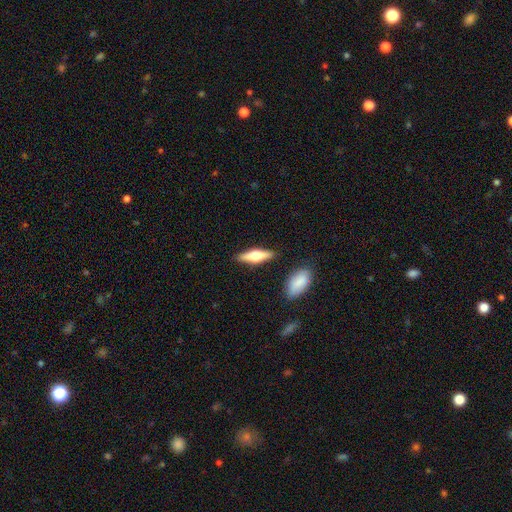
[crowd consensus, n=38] featured or disk 61%, smooth 34%, star or artifact 5%. Down the decision tree: edge-on disk — yes (100%); edge-on bulge — rounded (78%); merging — none (86%).